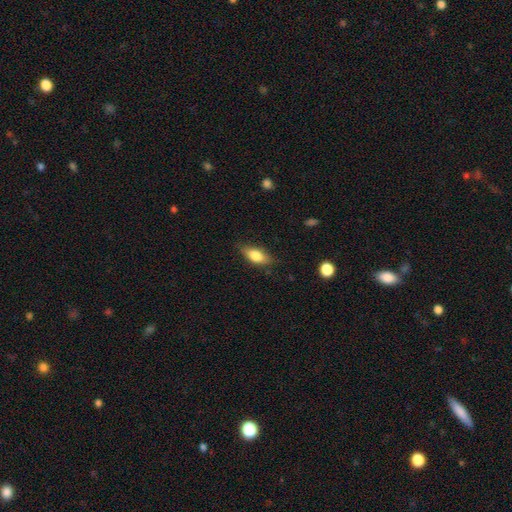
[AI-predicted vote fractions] This appears to be a smooth galaxy with no disk features (78%) that is in between round and cigar-shaped (82%). Merging: none (77%).